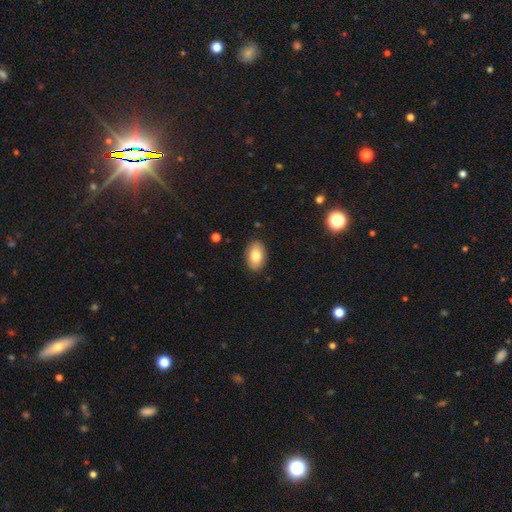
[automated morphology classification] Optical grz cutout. It shows a smooth galaxy with no disk features (82%) that is in between round and cigar-shaped (91%). Merging: none (88%).